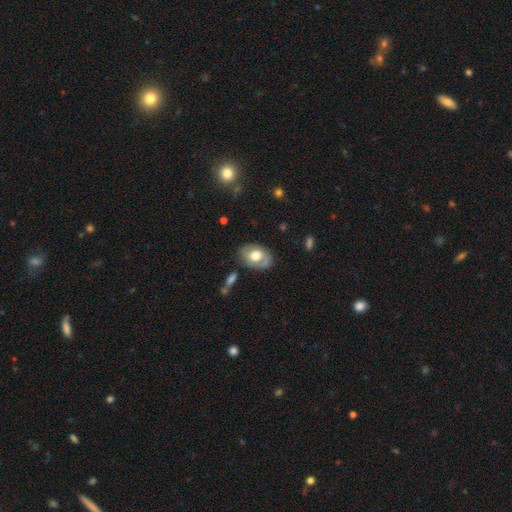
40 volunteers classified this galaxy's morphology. Smooth or featured? featured or disk (50%)
Edge-on disk? no (95%)
Bar? no (84%)
Spiral arms? yes (53%)
Spiral winding? medium (60%)
Spiral arm count? can't tell (50%)
Bulge size? moderate (63%)
Merging? none (61%)